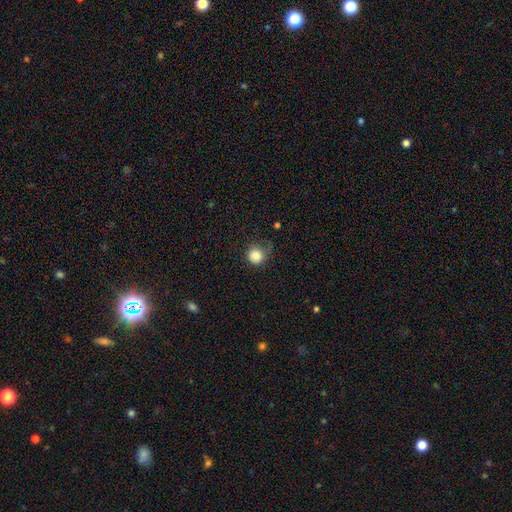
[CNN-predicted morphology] smooth-or-featured: smooth: 85% | star or artifact: 9% | featured or disk: 6%
  how-rounded: round: 89% | in between: 10% | cigar-shaped: 1%
  merging: none: 55% | minor disturbance: 27% | major disturbance: 15% | merger: 2%